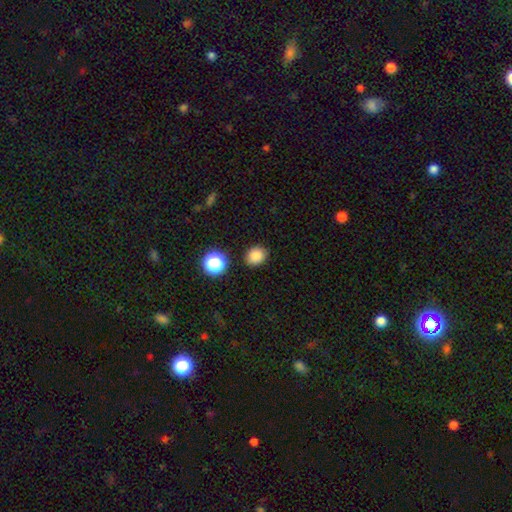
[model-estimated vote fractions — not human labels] A smooth galaxy with no disk features (83%) that is round (63%). Merging: none (85%).